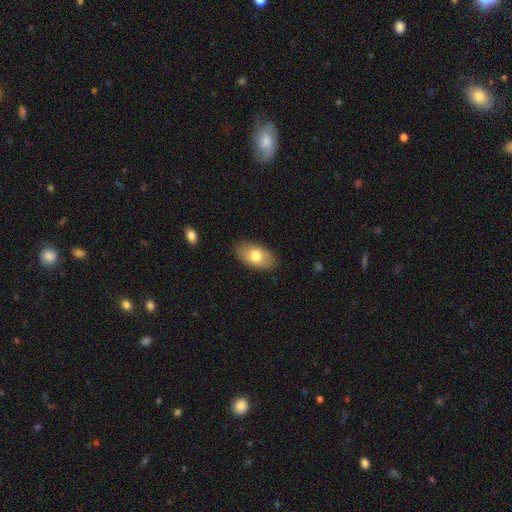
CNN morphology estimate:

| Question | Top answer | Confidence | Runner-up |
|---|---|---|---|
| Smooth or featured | smooth | 76% | featured or disk (17%) |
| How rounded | in between | 92% | round (6%) |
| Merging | none | 86% | minor disturbance (11%) |